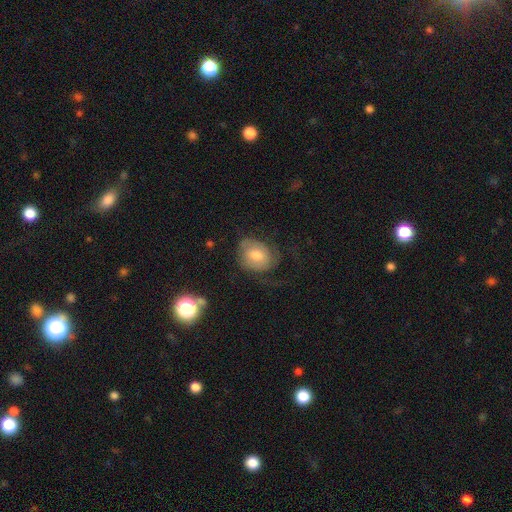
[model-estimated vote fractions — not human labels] Morphology: type=smooth (47%); merging=none (52%).